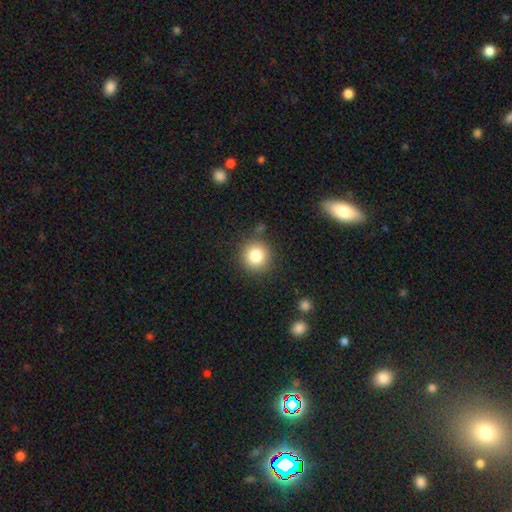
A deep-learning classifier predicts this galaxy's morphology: smooth 82%, star or artifact 11%, featured or disk 7%. Down the decision tree: how rounded — round (94%); merging — none (86%).